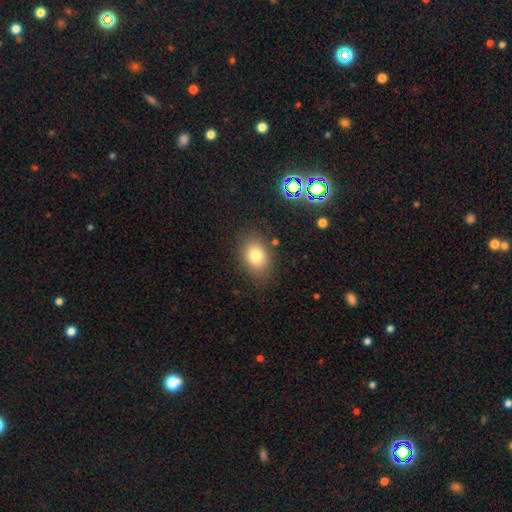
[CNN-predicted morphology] This is likely a smooth galaxy (79%). How rounded: likely in between (67%). Merging: clearly none (83%).